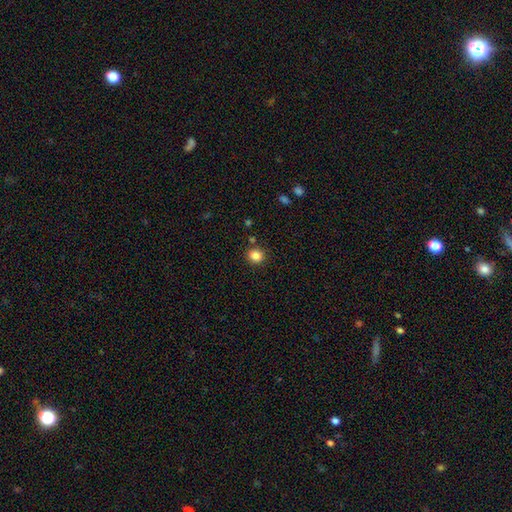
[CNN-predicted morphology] smooth-or-featured: smooth: 85% | star or artifact: 11% | featured or disk: 4%
  how-rounded: round: 80% | in between: 19% | cigar-shaped: 1%
  merging: none: 86% | minor disturbance: 8% | merger: 4% | major disturbance: 2%